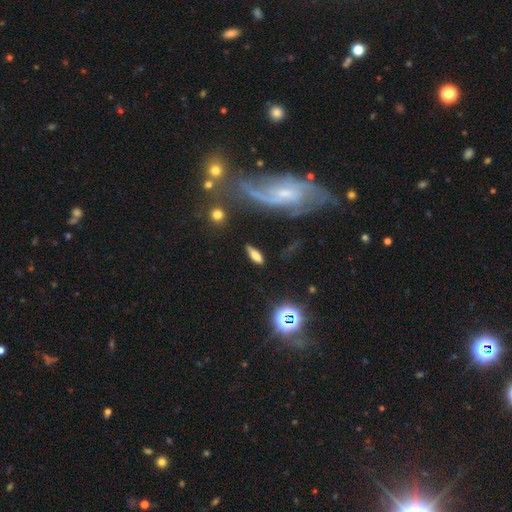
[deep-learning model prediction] This is likely a smooth galaxy (64%). How rounded: likely in between (60%). Merging: likely none (74%).